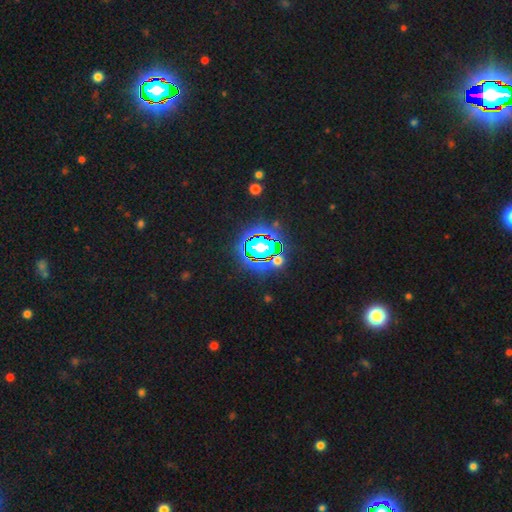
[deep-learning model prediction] Smooth or featured? Predicted: star or artifact (p=0.83).